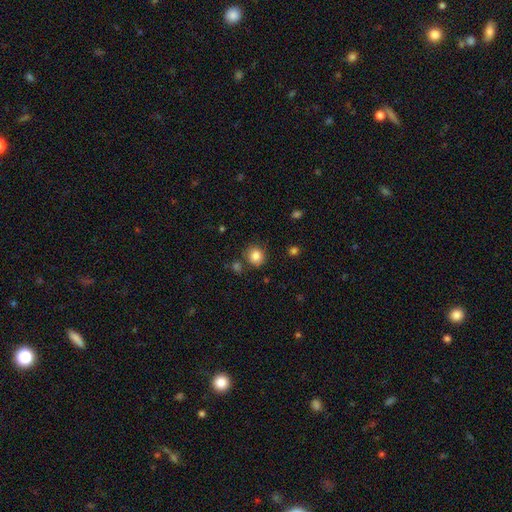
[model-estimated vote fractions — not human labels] This is clearly a smooth galaxy (84%). How rounded: clearly round (85%). Merging: clearly none (81%).